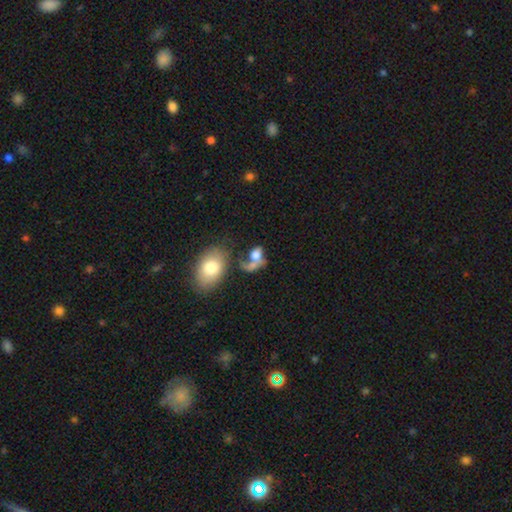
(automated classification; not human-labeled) Morphology: type=smooth (65%); roundness=in between (72%); merging=merger (49%).